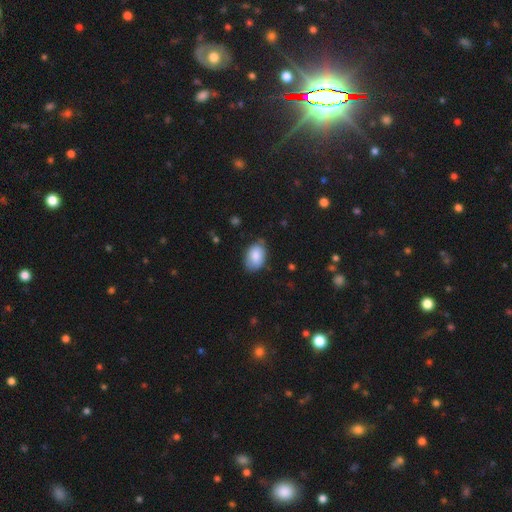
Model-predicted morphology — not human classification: Smooth or featured: smooth — 83% (featured or disk — 10%)
How rounded: in between — 87% (round — 12%)
Merging: none — 72% (minor disturbance — 22%)